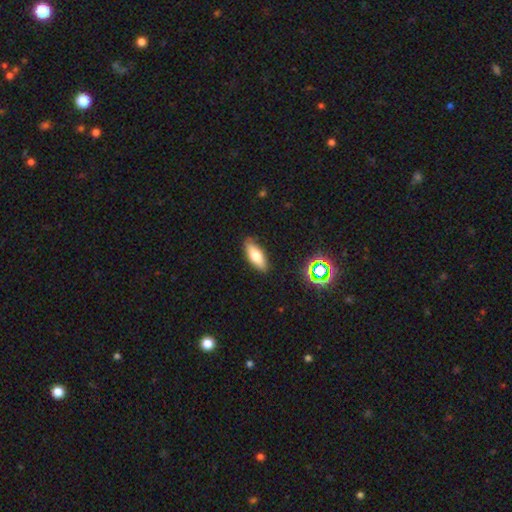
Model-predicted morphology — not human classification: The model was most divided on "how rounded": in between: 71%, cigar-shaped: 26%, round: 2%. More confident: merging — none (85%); smooth or featured — smooth (71%).